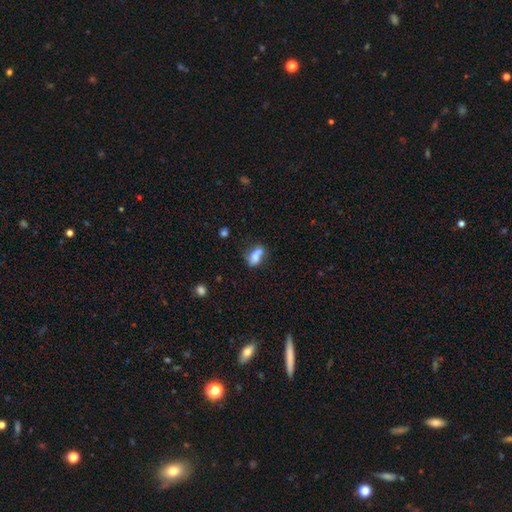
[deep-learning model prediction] smooth-or-featured: smooth: 69% | featured or disk: 19% | star or artifact: 11%
  how-rounded: in between: 79% | round: 14% | cigar-shaped: 8%
  merging: merger: 38% | none: 32% | minor disturbance: 18% | major disturbance: 12%